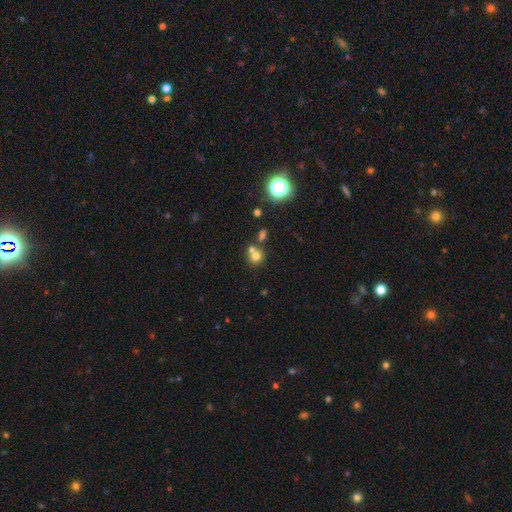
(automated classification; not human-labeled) A smooth galaxy with no disk features (70%) that is round (83%). Merging: none (49%).